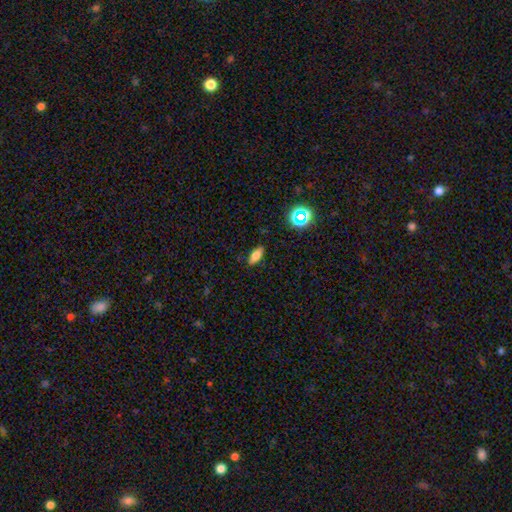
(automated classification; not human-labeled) smooth-or-featured: smooth: 73% | featured or disk: 15% | star or artifact: 12%
  how-rounded: in between: 81% | cigar-shaped: 15% | round: 4%
  merging: none: 86% | minor disturbance: 10% | major disturbance: 2% | merger: 1%